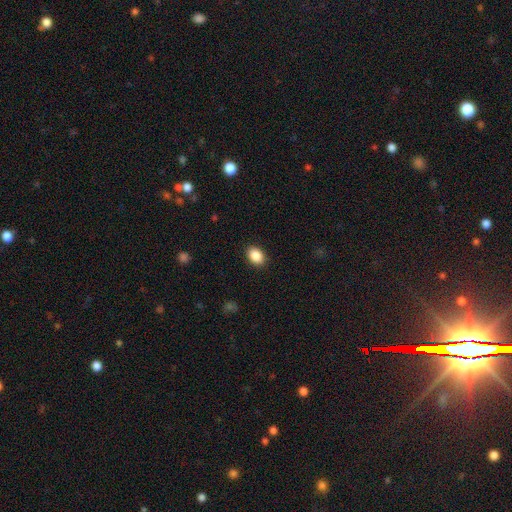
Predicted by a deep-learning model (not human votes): A smooth galaxy with no disk features (89%) that is in between round and cigar-shaped (75%).

Vote fractions:
- Smooth or featured? smooth: 89% / star or artifact: 8% / featured or disk: 3%
- How rounded? in between: 75% / round: 24% / cigar-shaped: 1%
- Merging? none: 90% / minor disturbance: 8% / major disturbance: 2% / merger: 1%